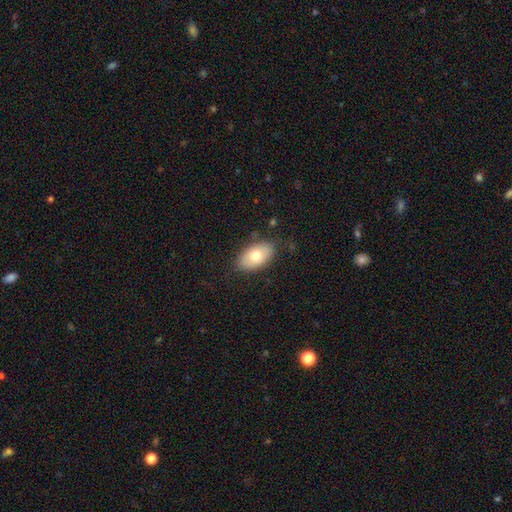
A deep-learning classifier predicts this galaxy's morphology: smooth_or_featured: smooth (p=0.70) [alt: featured or disk p=0.24]
how_rounded: in between (p=0.92) [alt: round p=0.06]
merging: none (p=0.82) [alt: minor disturbance p=0.14]